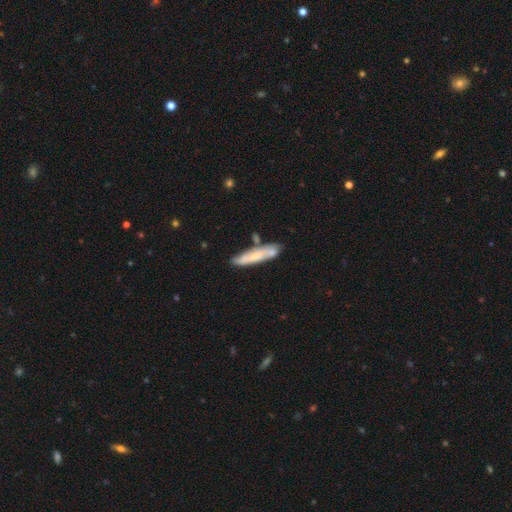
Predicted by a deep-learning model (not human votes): The model was most divided on "smooth or featured": smooth: 54%, featured or disk: 40%, star or artifact: 6%. More confident: how rounded — cigar-shaped (86%); merging — none (69%).